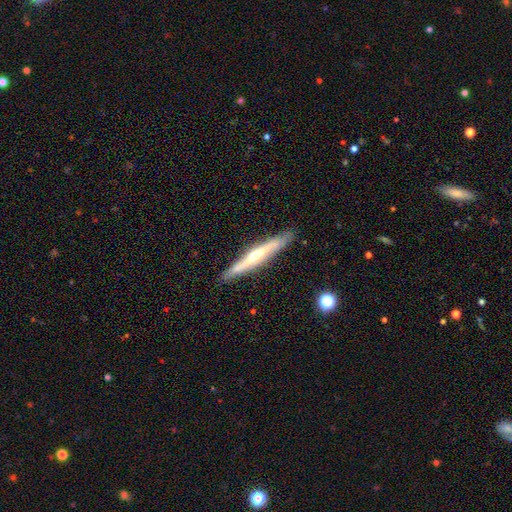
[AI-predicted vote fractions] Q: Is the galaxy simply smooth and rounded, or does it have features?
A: featured or disk — 64%.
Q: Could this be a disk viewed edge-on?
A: yes — 93%.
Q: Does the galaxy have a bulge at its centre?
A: rounded — 59%.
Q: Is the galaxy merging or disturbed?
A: none — 87%.